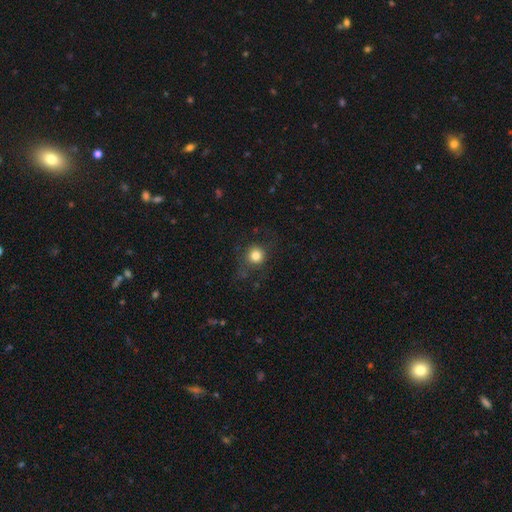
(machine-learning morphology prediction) Q: Smooth or featured?
A: smooth (80%); runner-up: star or artifact (12%)
Q: How rounded?
A: round (92%); runner-up: in between (7%)
Q: Merging?
A: none (78%); runner-up: minor disturbance (14%)